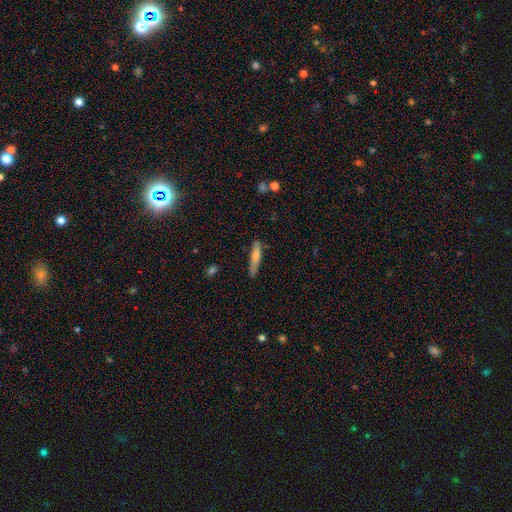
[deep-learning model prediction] A smooth galaxy with no disk features (69%) that is cigar-shaped (87%). Merging: none (75%).